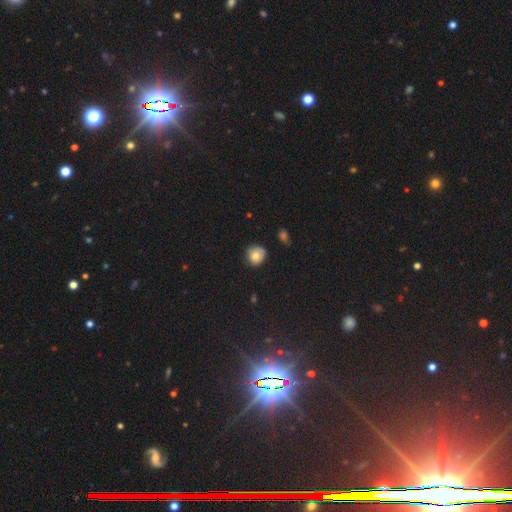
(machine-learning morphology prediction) This appears to be a smooth galaxy with no disk features (76%) that is round (86%). Merging: none (68%).